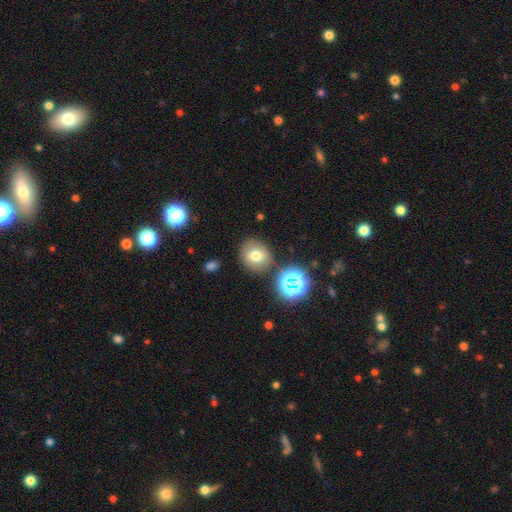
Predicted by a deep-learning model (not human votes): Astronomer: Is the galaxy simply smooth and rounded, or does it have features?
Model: smooth — 70%.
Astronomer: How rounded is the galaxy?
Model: round — 79%.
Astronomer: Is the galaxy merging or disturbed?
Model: none — 80%.